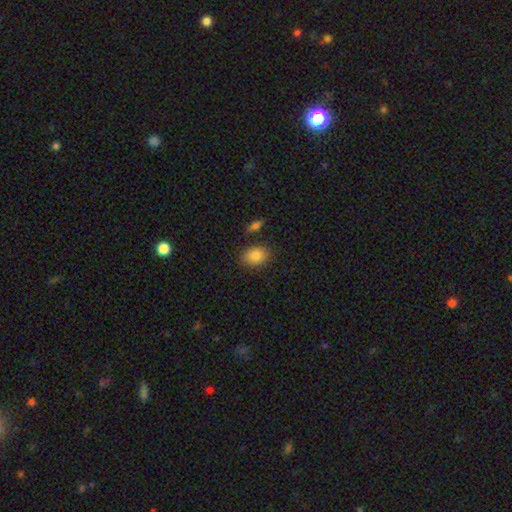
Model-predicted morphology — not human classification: smooth_or_featured: smooth (p=0.85) [alt: star or artifact p=0.08]
how_rounded: in between (p=0.72) [alt: round p=0.26]
merging: none (p=0.80) [alt: minor disturbance p=0.13]